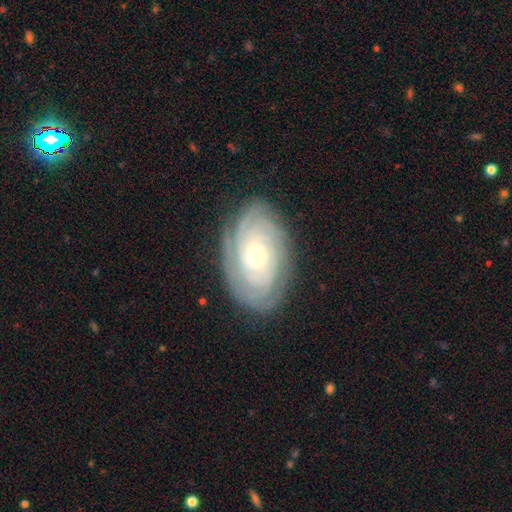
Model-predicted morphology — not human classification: This is clearly a featured or disk galaxy (81%). It is clearly not viewed edge-on (95%). Bar: likely no (79%). Spiral arm pattern: clearly yes (95%). Spiral arm count: marginally can't tell (39%). Spiral winding: clearly tight (82%). Central bulge: possibly small (56%). Merging: clearly none (81%).